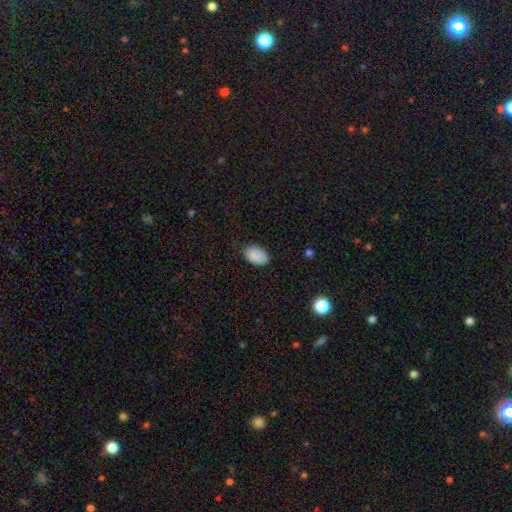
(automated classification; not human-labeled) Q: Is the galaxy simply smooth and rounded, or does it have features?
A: smooth — 89%.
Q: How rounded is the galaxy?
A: in between — 92%.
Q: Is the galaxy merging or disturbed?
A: none — 78%.